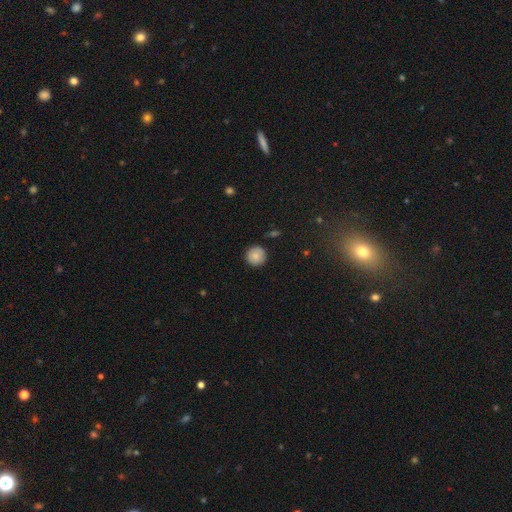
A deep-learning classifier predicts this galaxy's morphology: Q: Smooth or featured?
A: smooth (83%); runner-up: featured or disk (9%)
Q: How rounded?
A: round (95%); runner-up: in between (4%)
Q: Merging?
A: none (88%); runner-up: minor disturbance (9%)